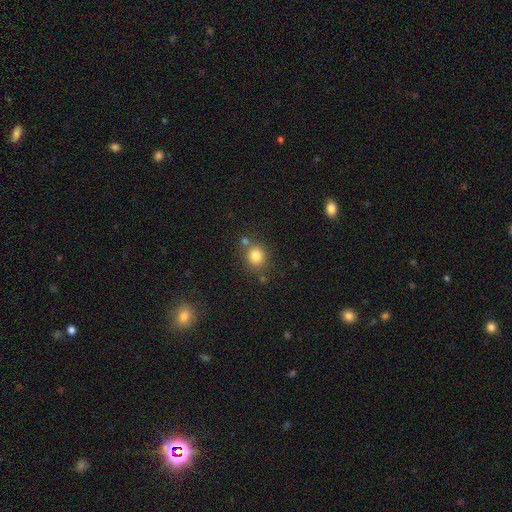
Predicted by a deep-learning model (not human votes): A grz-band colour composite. It shows a smooth galaxy with no disk features (82%) that is round (80%). Merging: none (69%).